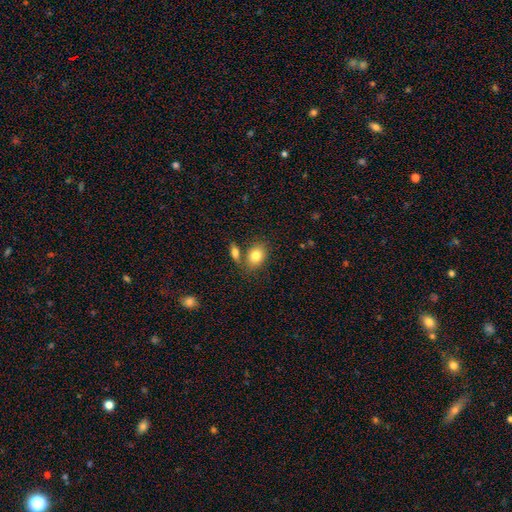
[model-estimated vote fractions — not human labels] This is clearly a smooth galaxy (81%). How rounded: likely in between (73%). Merging: likely none (62%).